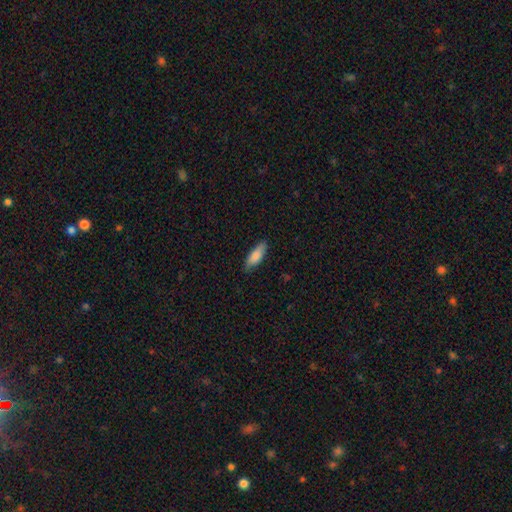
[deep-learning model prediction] This appears to be a smooth galaxy with no disk features (86%) that is in between round and cigar-shaped (64%). Merging: none (82%).